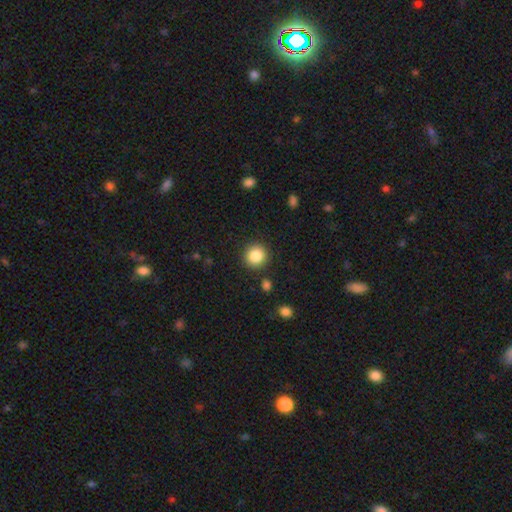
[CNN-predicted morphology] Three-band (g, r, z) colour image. It shows a smooth galaxy with no disk features (86%) that is round (92%). Merging: none (89%).